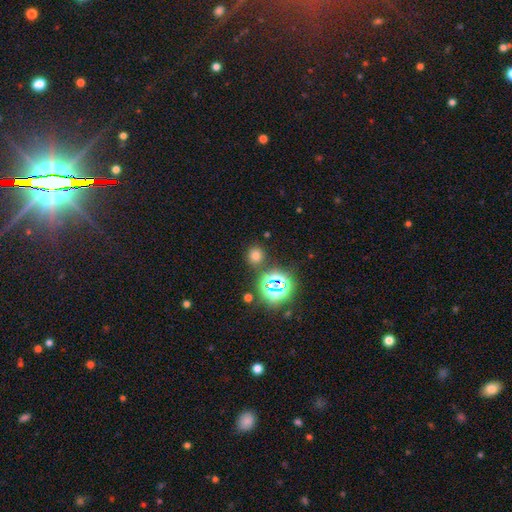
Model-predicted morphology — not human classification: smooth-or-featured: smooth: 66% | star or artifact: 28% | featured or disk: 6%
  how-rounded: round: 87% | in between: 12% | cigar-shaped: 1%
  merging: none: 83% | minor disturbance: 8% | merger: 6% | major disturbance: 3%